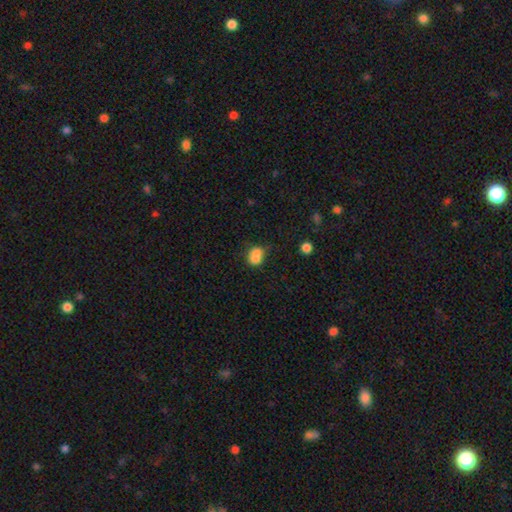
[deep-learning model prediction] This is clearly a smooth galaxy (80%). How rounded: possibly in between (59%). Merging: possibly none (49%).